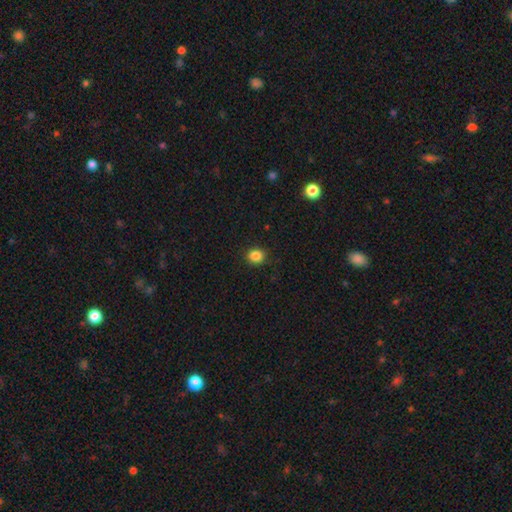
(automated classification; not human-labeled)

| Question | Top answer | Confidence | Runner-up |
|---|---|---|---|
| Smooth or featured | smooth | 85% | star or artifact (11%) |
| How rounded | round | 84% | in between (16%) |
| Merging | none | 90% | minor disturbance (7%) |